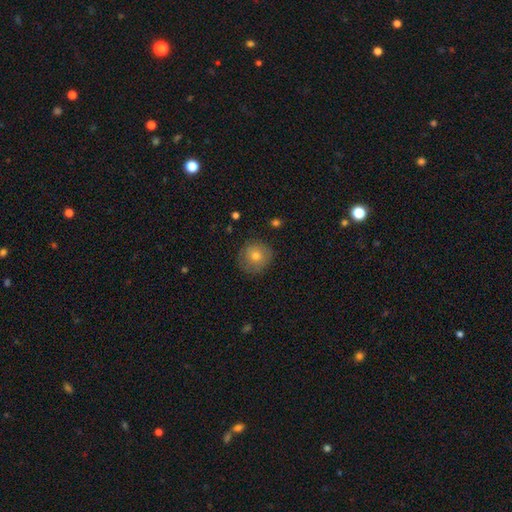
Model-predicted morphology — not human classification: type=smooth (75%); roundness=round (92%); merging=none (83%).